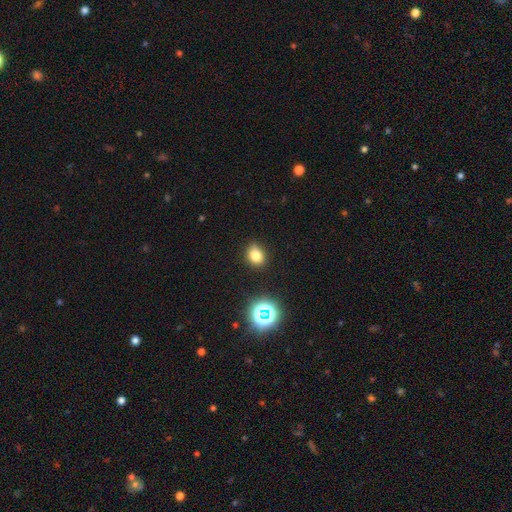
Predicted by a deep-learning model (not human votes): This appears to be a smooth galaxy with no disk features (77%) that is round (51%). Merging: none (82%).